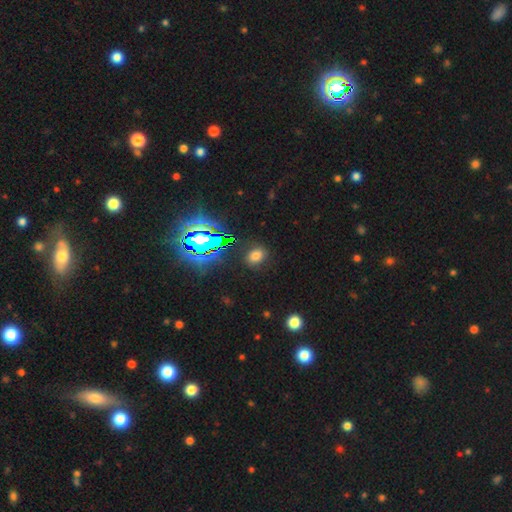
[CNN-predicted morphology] This appears to be a smooth galaxy with no disk features (66%) that is in between round and cigar-shaped (54%). Merging: none (86%).